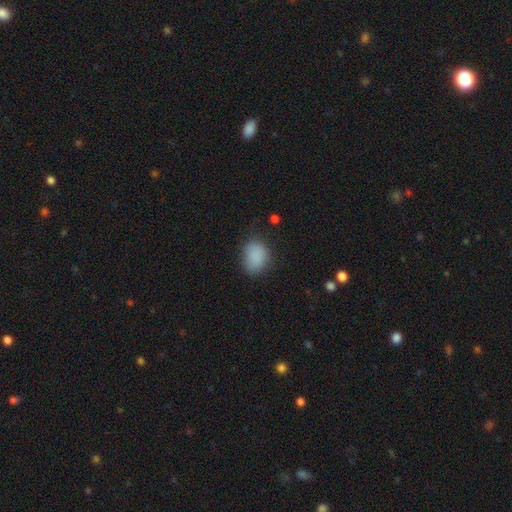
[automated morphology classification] smooth-or-featured: smooth: 86% | star or artifact: 9% | featured or disk: 5%
  how-rounded: in between: 63% | round: 36% | cigar-shaped: 1%
  merging: none: 70% | minor disturbance: 22% | major disturbance: 6% | merger: 1%